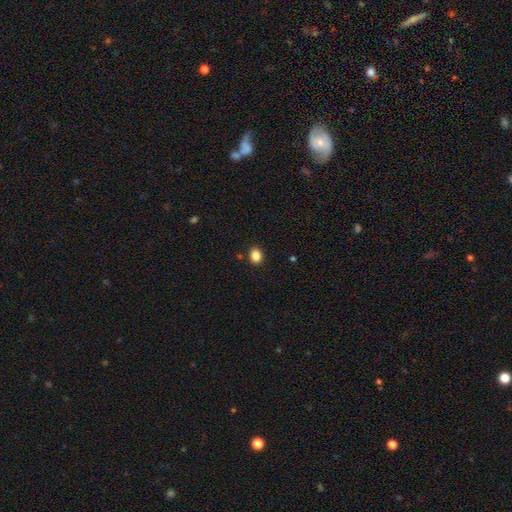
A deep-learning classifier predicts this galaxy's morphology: smooth-or-featured: smooth: 86% | star or artifact: 10% | featured or disk: 4%
  how-rounded: round: 51% | in between: 48% | cigar-shaped: 1%
  merging: none: 89% | minor disturbance: 7% | major disturbance: 2% | merger: 2%